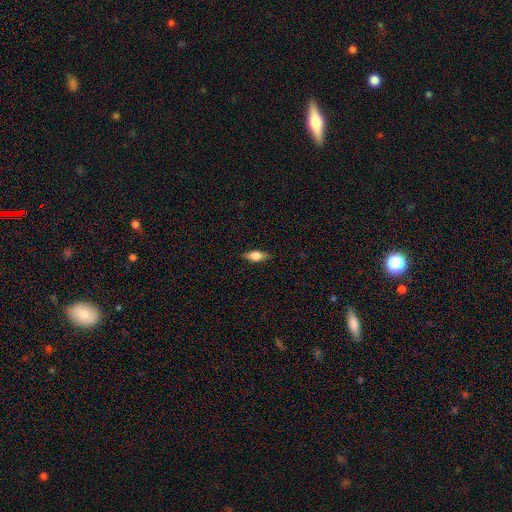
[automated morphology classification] Smooth or featured? Predicted: smooth (p=0.68). How rounded? Predicted: in between (p=0.76). Merging? Predicted: none (p=0.83).